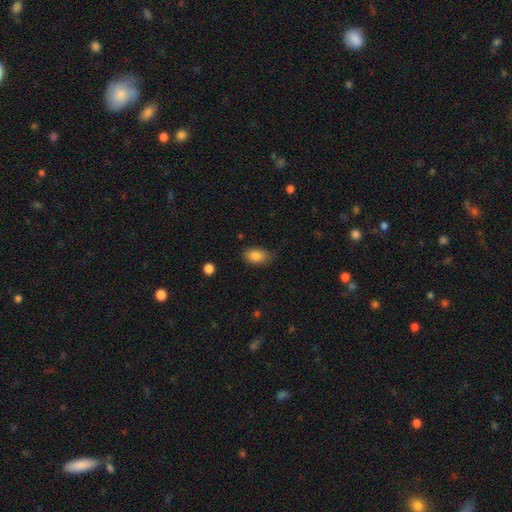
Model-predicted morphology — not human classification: smooth-or-featured: smooth: 85% | star or artifact: 8% | featured or disk: 7%
  how-rounded: in between: 89% | round: 9% | cigar-shaped: 2%
  merging: none: 72% | minor disturbance: 22% | major disturbance: 4% | merger: 1%